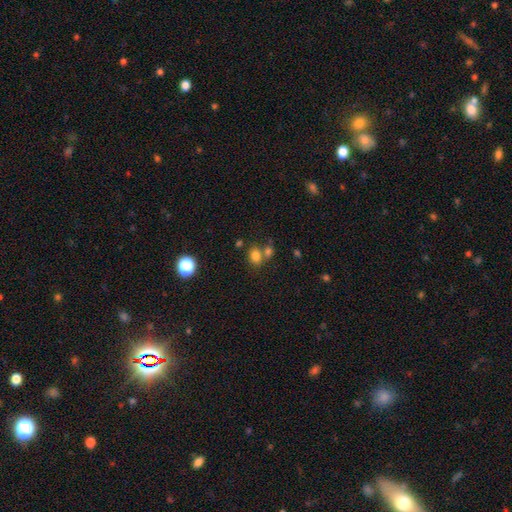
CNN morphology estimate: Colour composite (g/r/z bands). It shows a smooth galaxy with no disk features (78%) that is in between round and cigar-shaped (55%). Merging: none (54%).